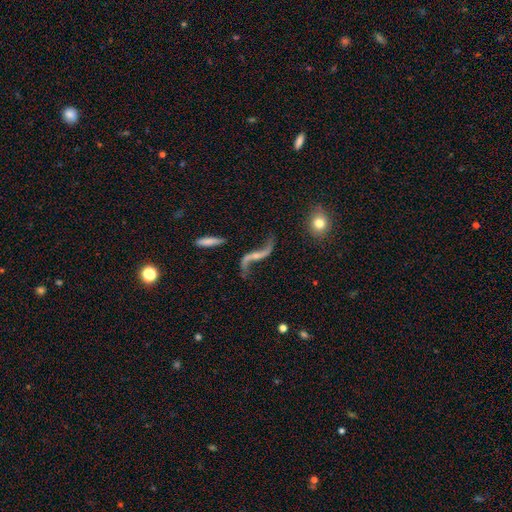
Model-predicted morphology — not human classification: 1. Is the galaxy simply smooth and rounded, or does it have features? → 88% featured or disk, 7% star or artifact, 5% smooth.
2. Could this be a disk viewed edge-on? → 92% no, 8% yes.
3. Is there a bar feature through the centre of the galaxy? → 47% no, 34% weak, 20% strong.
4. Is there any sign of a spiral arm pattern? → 95% yes, 5% no.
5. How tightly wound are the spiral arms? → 95% loose, 4% medium, 2% tight.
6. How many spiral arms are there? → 94% 2, 2% 1, 1% can't tell, 1% 3, 1% 4, 1% more than 4.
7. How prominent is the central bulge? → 59% small, 22% none, 15% moderate, 2% large, 2% dominant.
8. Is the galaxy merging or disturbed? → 67% none, 16% minor disturbance, 12% major disturbance, 5% merger.